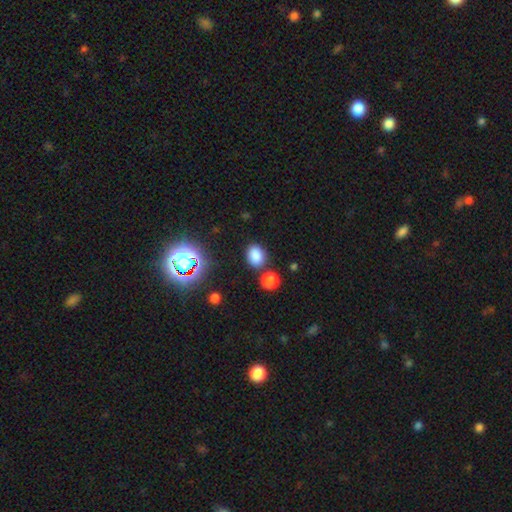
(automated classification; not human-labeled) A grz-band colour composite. It shows a smooth galaxy with no disk features (79%) that is in between round and cigar-shaped (69%). Merging: none (74%).